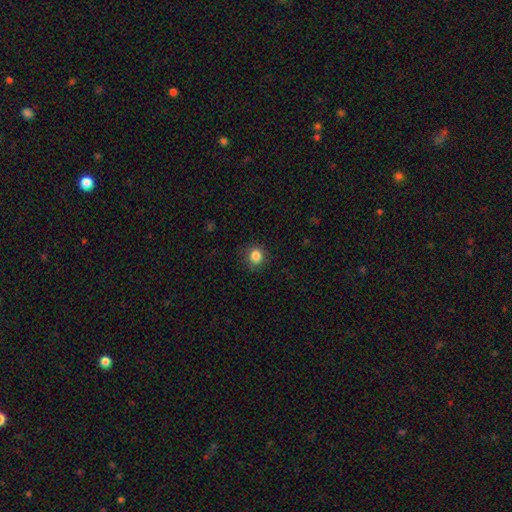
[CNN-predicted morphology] A smooth galaxy with no disk features (85%) that is round (84%). Merging: none (84%).